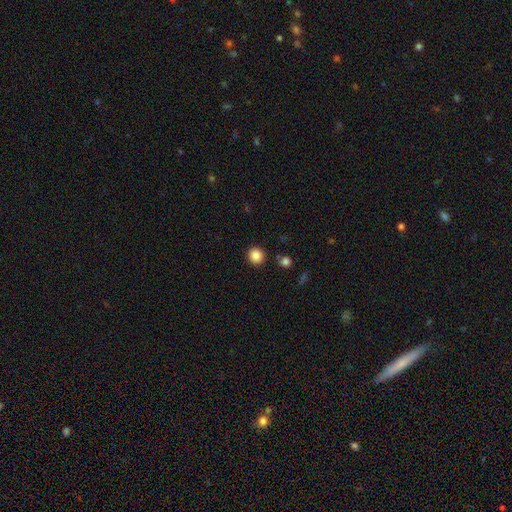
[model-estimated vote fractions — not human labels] This is clearly a smooth galaxy (86%). How rounded: clearly round (92%). Merging: clearly none (90%).